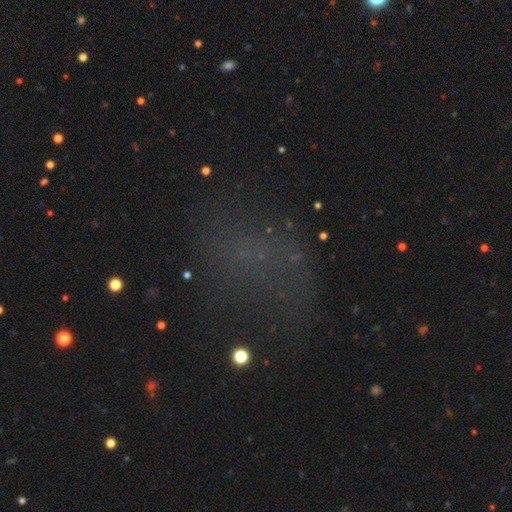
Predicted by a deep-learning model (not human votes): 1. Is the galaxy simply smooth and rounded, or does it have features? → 44% star or artifact, 32% smooth, 24% featured or disk.